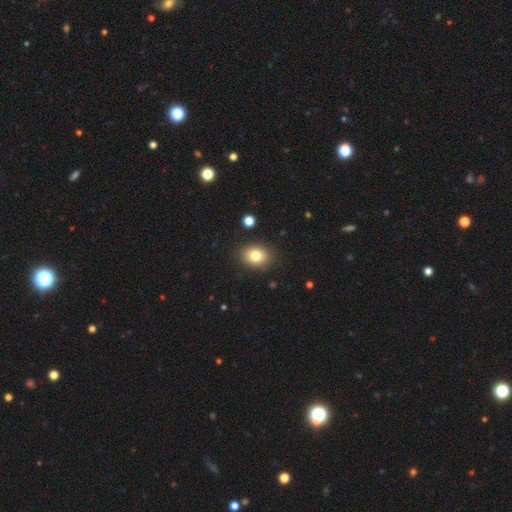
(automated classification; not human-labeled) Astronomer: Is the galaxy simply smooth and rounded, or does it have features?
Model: smooth — 81%.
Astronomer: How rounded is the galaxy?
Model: in between — 52% (runner-up: round, 47%).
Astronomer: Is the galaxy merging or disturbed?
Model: none — 88%.